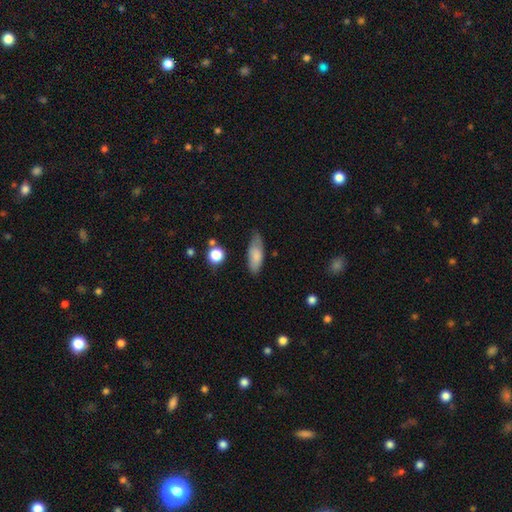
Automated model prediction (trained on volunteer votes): smooth 78%, featured or disk 15%, star or artifact 7%. Down the decision tree: how rounded — in between (73%); merging — none (63%).